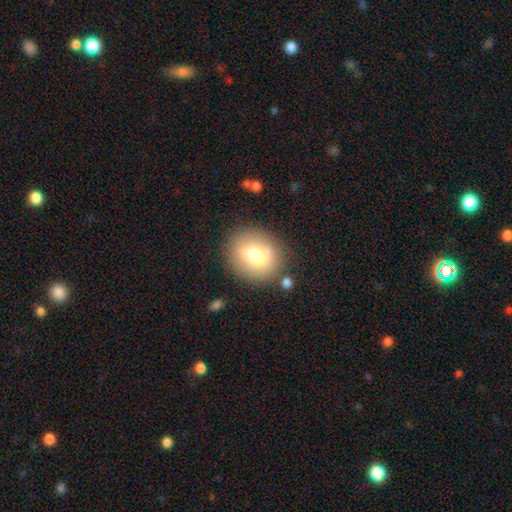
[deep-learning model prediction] Q: Smooth or featured?
A: smooth (73%); runner-up: featured or disk (17%)
Q: How rounded?
A: round (65%); runner-up: in between (34%)
Q: Merging?
A: none (76%); runner-up: minor disturbance (13%)